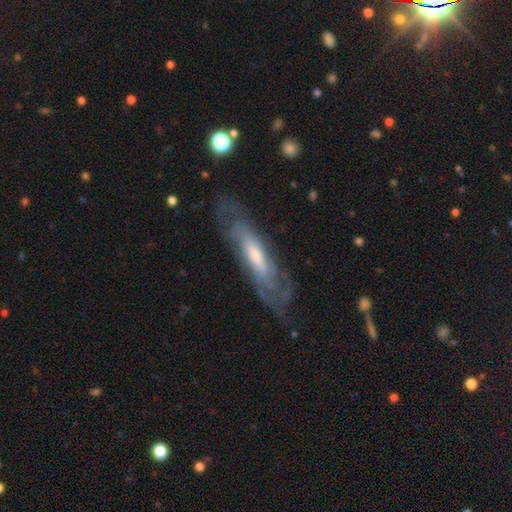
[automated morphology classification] A featured or disk galaxy (66%). Merging: none (69%).